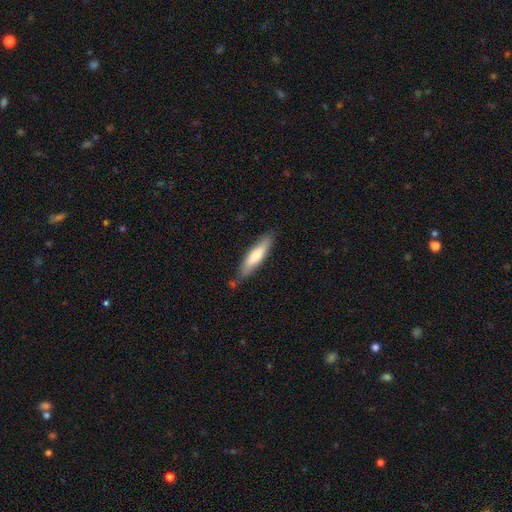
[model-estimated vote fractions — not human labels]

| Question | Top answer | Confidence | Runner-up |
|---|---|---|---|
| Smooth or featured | smooth | 65% | featured or disk (29%) |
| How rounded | cigar-shaped | 77% | in between (22%) |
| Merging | none | 77% | minor disturbance (17%) |